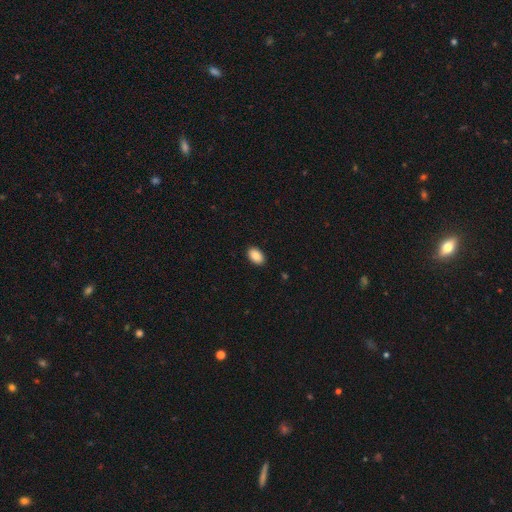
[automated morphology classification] This appears to be a smooth galaxy with no disk features (90%) that is in between round and cigar-shaped (91%). Merging: none (90%).